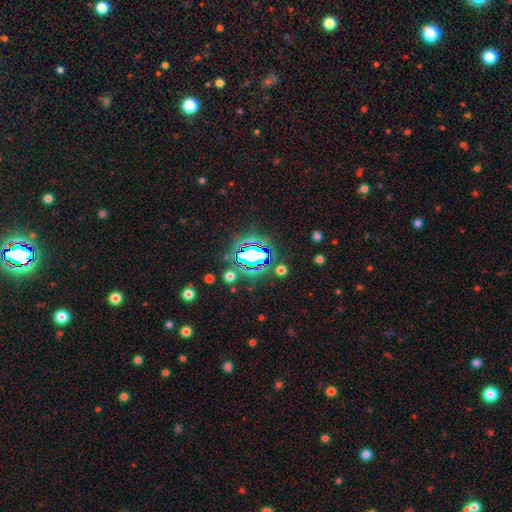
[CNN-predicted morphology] The model was most divided on "smooth or featured": star or artifact: 67%, smooth: 21%, featured or disk: 12%.